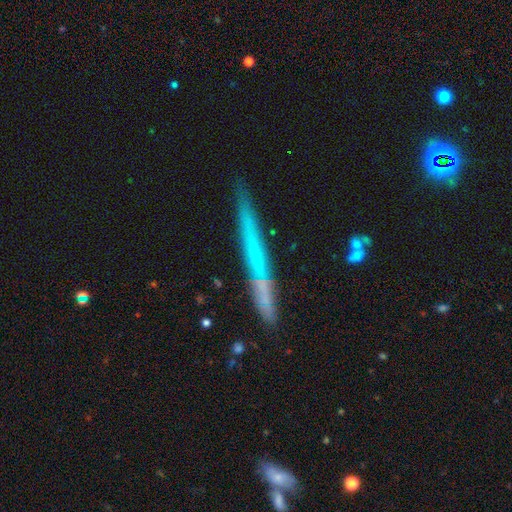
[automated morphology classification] Overall: featured or disk (48%; smooth 42%). Merging: none (81%).